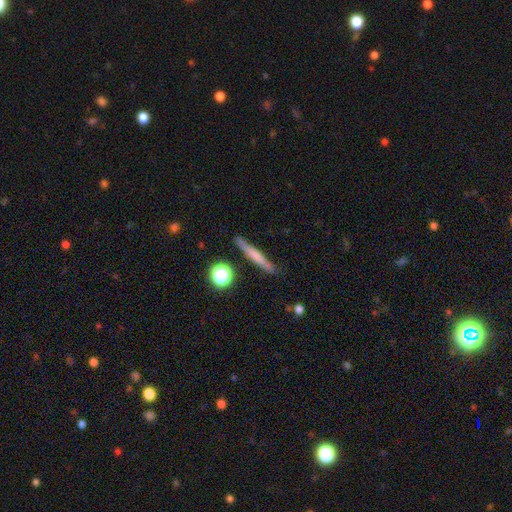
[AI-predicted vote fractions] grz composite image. It shows a smooth galaxy with no disk features (54%) that is cigar-shaped (91%). Merging: none (84%).